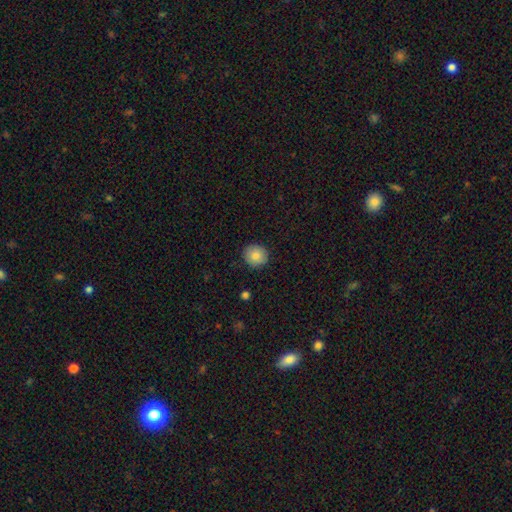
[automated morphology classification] Smooth or featured? smooth (84%)
How rounded? round (88%)
Merging? none (90%)